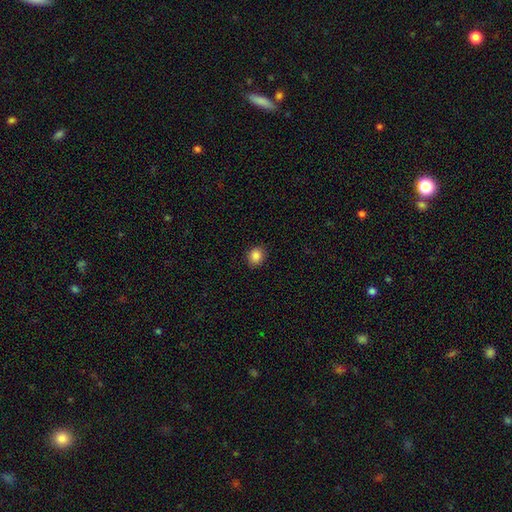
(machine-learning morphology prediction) Smooth or featured? smooth (86%)
How rounded? round (58%)
Merging? none (89%)